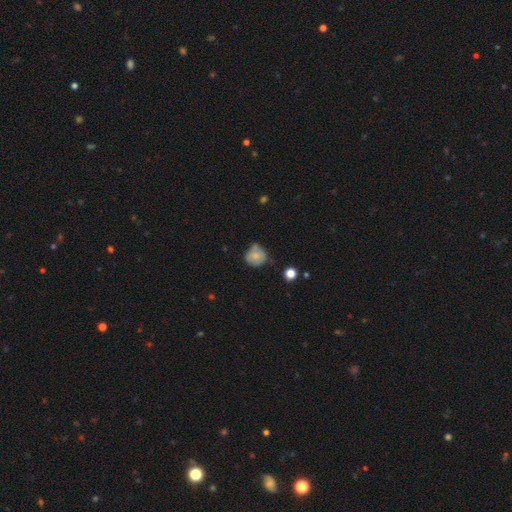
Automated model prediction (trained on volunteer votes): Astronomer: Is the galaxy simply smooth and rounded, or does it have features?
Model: smooth — 71%.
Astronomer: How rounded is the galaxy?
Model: round — 81%.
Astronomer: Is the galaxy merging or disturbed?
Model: none — 51% (runner-up: minor disturbance, 34%).